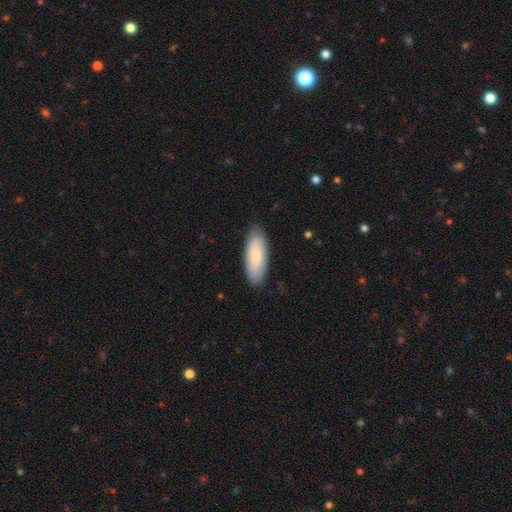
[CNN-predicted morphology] This is likely a smooth galaxy (72%). How rounded: likely in between (78%). Merging: clearly none (83%).